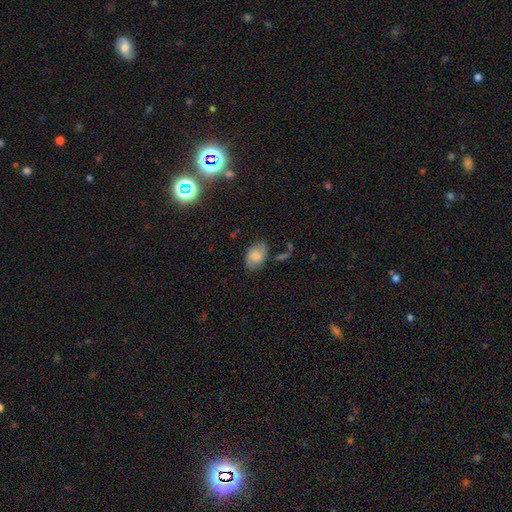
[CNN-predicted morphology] Overall: smooth (75%). How rounded: in between (83%). Merging: none (69%).